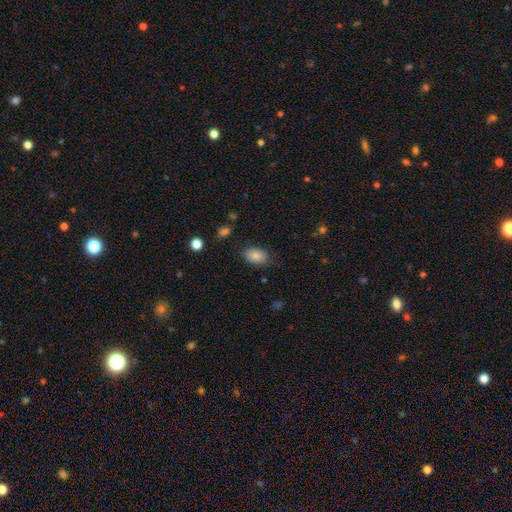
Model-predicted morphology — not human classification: smooth_or_featured: smooth (p=0.85) [alt: star or artifact p=0.08]
how_rounded: in between (p=0.86) [alt: round p=0.13]
merging: none (p=0.80) [alt: minor disturbance p=0.15]